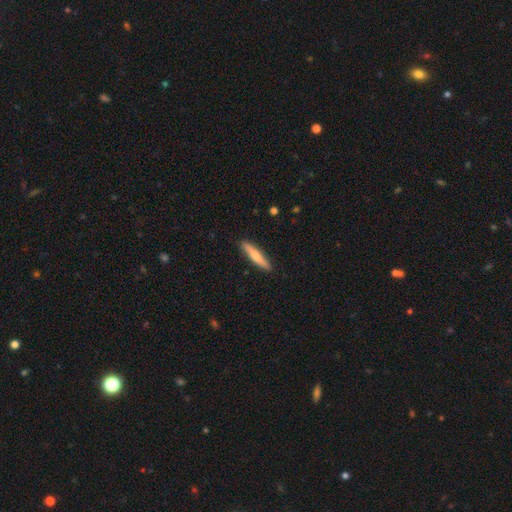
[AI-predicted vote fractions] Smooth or featured? Predicted: smooth (p=0.66). How rounded? Predicted: cigar-shaped (p=0.89). Merging? Predicted: none (p=0.90).